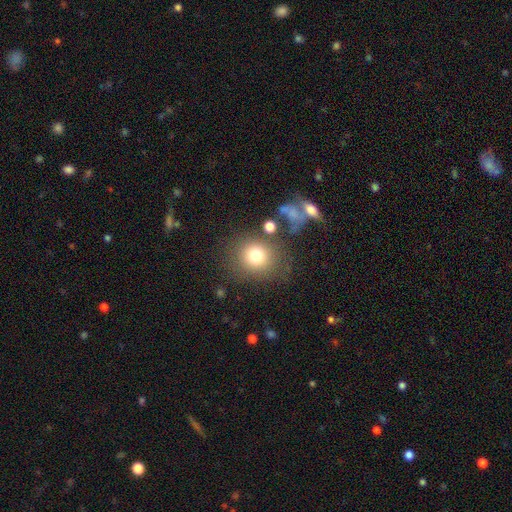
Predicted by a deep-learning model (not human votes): This appears to be a smooth galaxy with no disk features (77%) that is round (85%). Merging: none (74%).